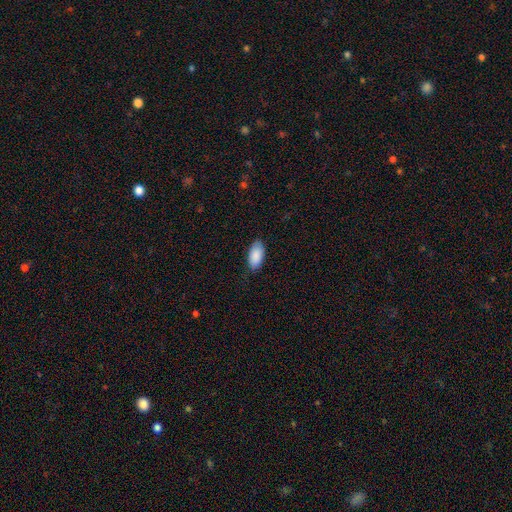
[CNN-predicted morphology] This is clearly a smooth galaxy (89%). How rounded: clearly in between (94%). Merging: clearly none (81%).